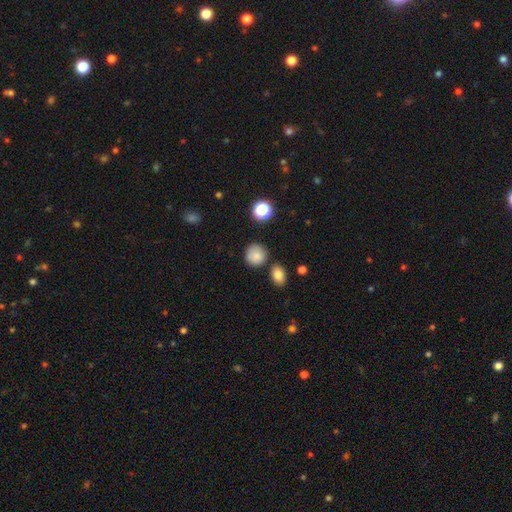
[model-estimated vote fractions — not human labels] Q: Smooth or featured?
A: smooth (81%); runner-up: star or artifact (12%)
Q: How rounded?
A: round (89%); runner-up: in between (10%)
Q: Merging?
A: none (77%); runner-up: minor disturbance (12%)